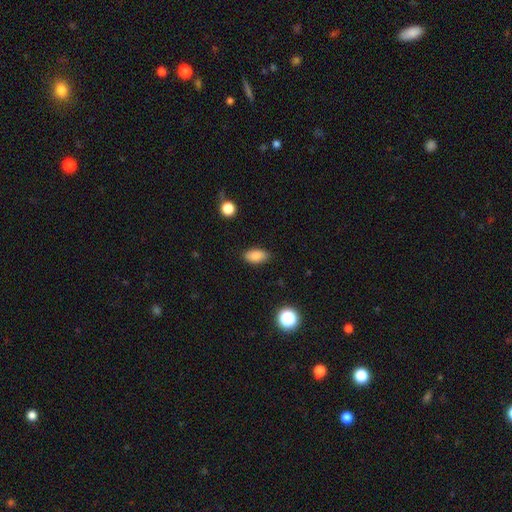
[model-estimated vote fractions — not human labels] This appears to be a smooth galaxy with no disk features (83%) that is in between round and cigar-shaped (92%). Merging: none (86%).